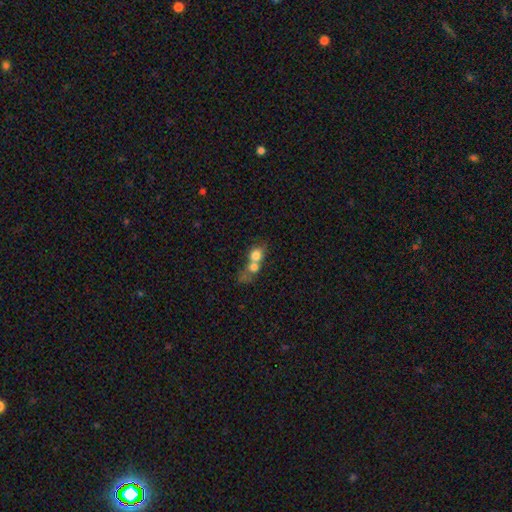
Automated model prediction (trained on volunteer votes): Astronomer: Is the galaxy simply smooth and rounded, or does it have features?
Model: smooth — 70%.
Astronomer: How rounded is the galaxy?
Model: round — 61%.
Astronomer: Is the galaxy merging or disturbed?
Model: merger — 72%.